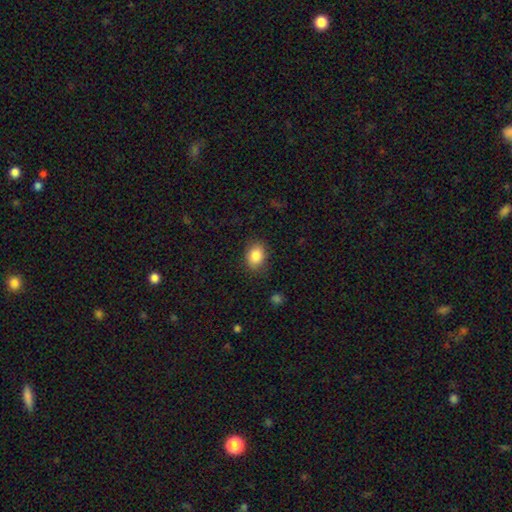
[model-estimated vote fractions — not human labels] Smooth or featured?
  - smooth: 85% *
  - star or artifact: 9%
  - featured or disk: 6%
How rounded?
  - in between: 66% *
  - round: 33%
  - cigar-shaped: 1%
Merging?
  - none: 84% *
  - minor disturbance: 12%
  - major disturbance: 3%
  - merger: 1%